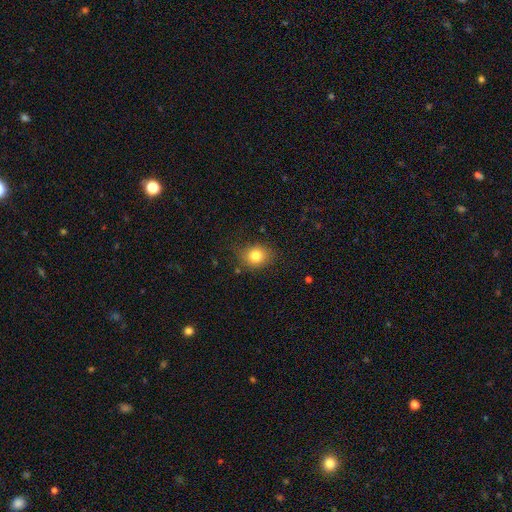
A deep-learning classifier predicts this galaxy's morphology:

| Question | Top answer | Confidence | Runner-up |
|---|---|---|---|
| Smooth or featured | smooth | 80% | star or artifact (12%) |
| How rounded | round | 68% | in between (31%) |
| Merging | none | 79% | minor disturbance (16%) |